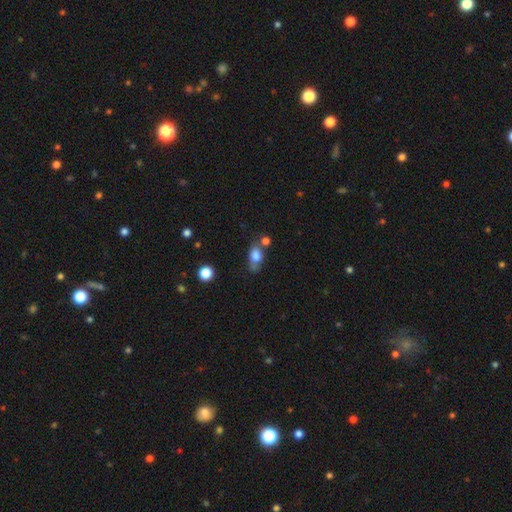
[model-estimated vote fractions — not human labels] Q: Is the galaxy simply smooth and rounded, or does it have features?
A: smooth — 78%.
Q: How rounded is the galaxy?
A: in between — 73%.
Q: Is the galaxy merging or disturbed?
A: none — 49%.